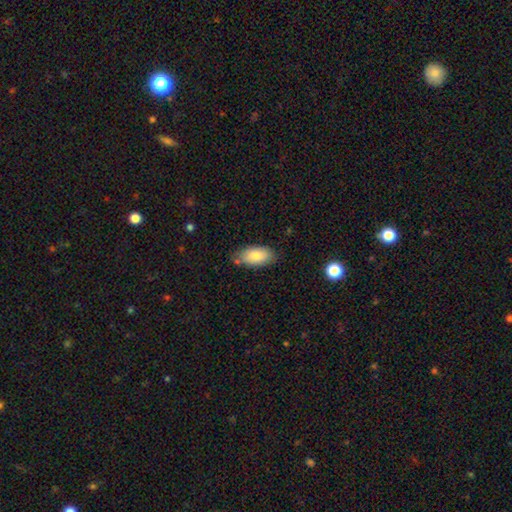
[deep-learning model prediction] Smooth or featured? smooth (80%)
How rounded? in between (93%)
Merging? none (74%)